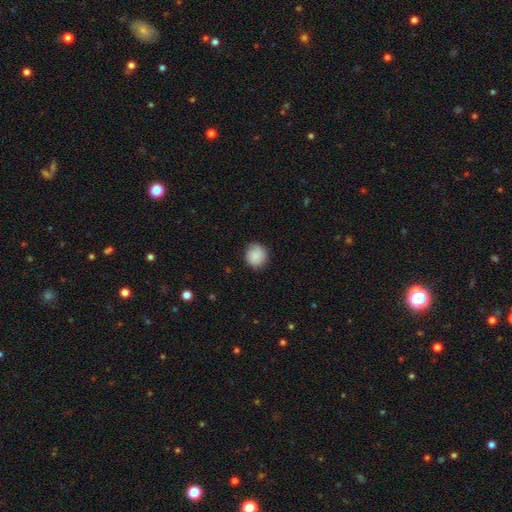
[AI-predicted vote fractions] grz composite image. It shows a smooth galaxy with no disk features (87%) that is round (90%). Merging: none (84%).